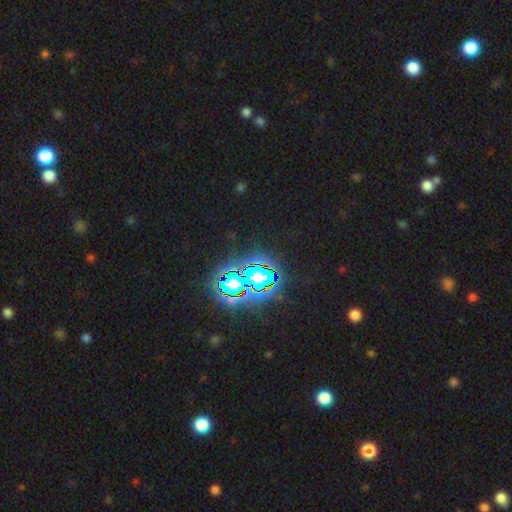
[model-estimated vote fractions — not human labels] Smooth or featured? star or artifact (82%)